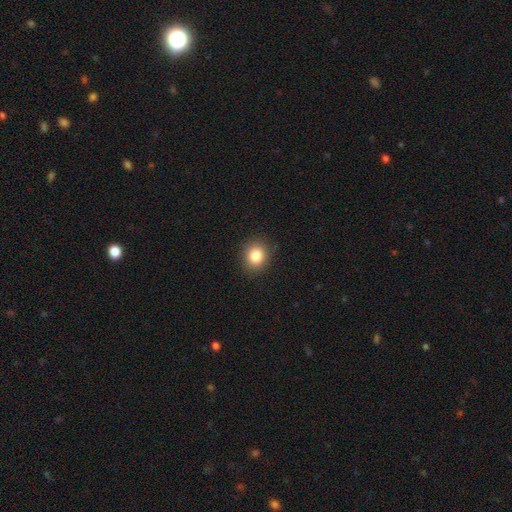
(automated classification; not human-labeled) This is clearly a smooth galaxy (84%). How rounded: likely round (72%). Merging: clearly none (89%).